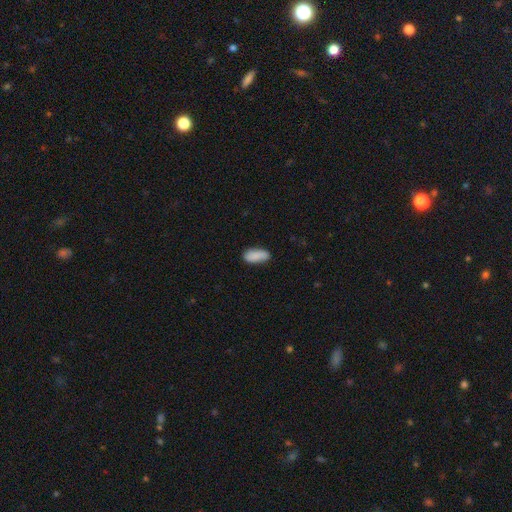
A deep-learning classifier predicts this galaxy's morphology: This is clearly a smooth galaxy (87%). How rounded: clearly in between (84%). Merging: likely none (76%).